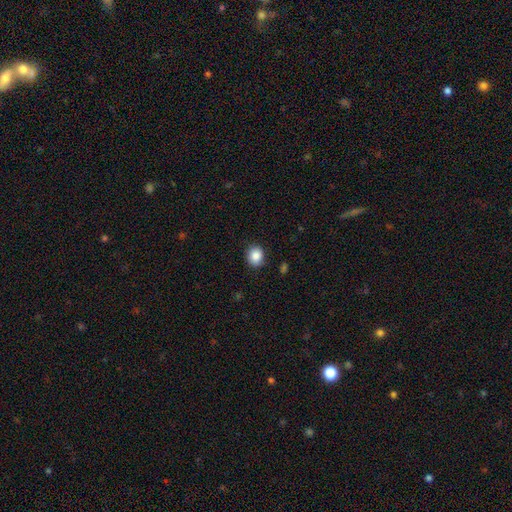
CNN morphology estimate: Smooth or featured? Predicted: smooth (p=0.87). How rounded? Predicted: round (p=0.70). Merging? Predicted: none (p=0.87).